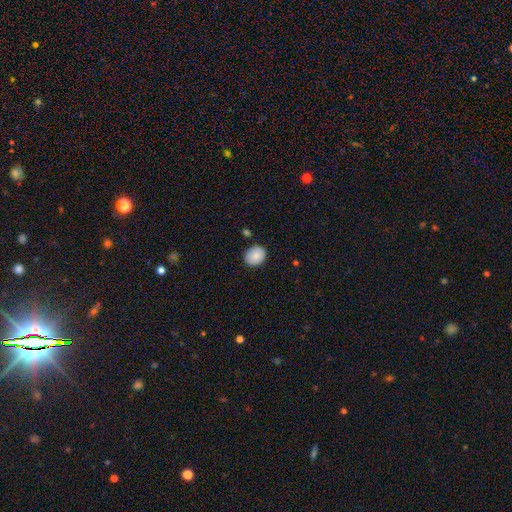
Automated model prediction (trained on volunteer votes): Overall: smooth (87%). How rounded: round (60%; in between 39%). Merging: none (85%).